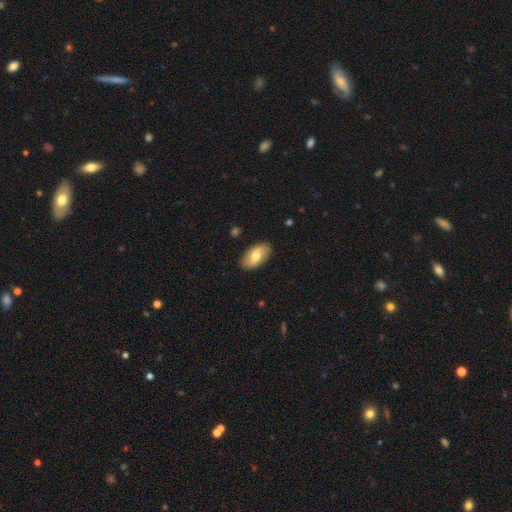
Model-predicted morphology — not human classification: type=smooth (64%); roundness=in between (93%); merging=none (88%).